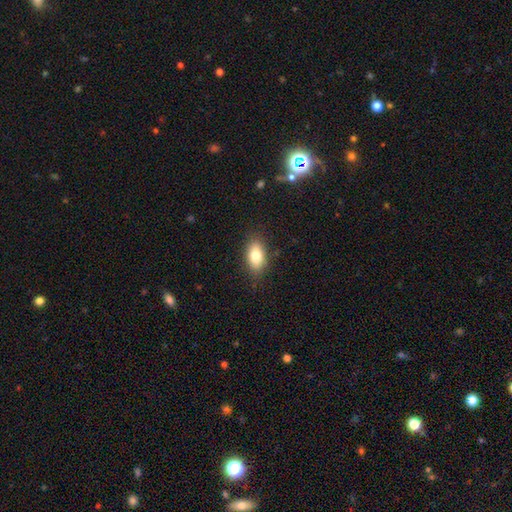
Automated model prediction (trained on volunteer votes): Overall: smooth (78%). How rounded: in between (88%). Merging: none (85%).